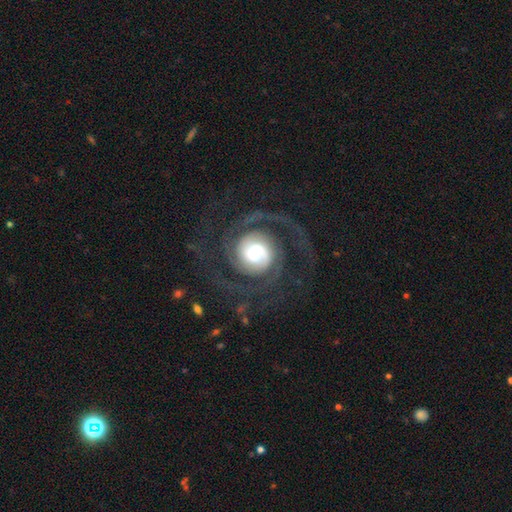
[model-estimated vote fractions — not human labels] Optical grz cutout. It shows a featured or disk galaxy (88%) with no bar (44%), 2 (69%) tight (46%) spiral arms (98%) and a moderate central bulge (40%). Merging: none (72%).